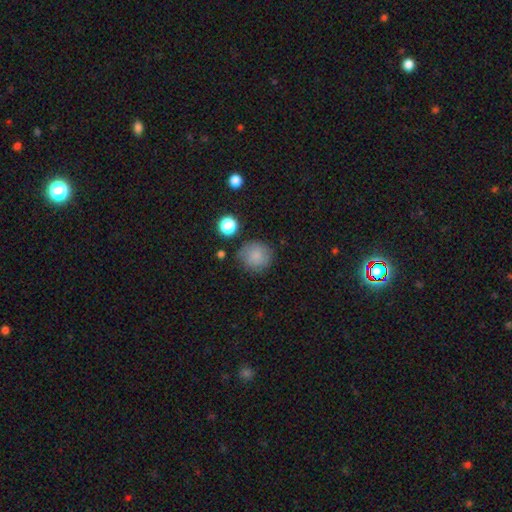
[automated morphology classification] smooth-or-featured: smooth: 81% | featured or disk: 10% | star or artifact: 10%
  how-rounded: round: 90% | in between: 9% | cigar-shaped: 1%
  merging: none: 75% | minor disturbance: 16% | major disturbance: 5% | merger: 3%